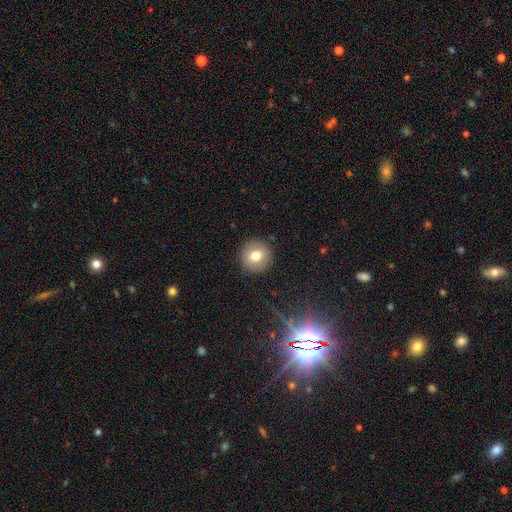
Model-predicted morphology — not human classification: smooth 75%, featured or disk 14%, star or artifact 11%. Down the decision tree: how rounded — round (93%); merging — none (90%).